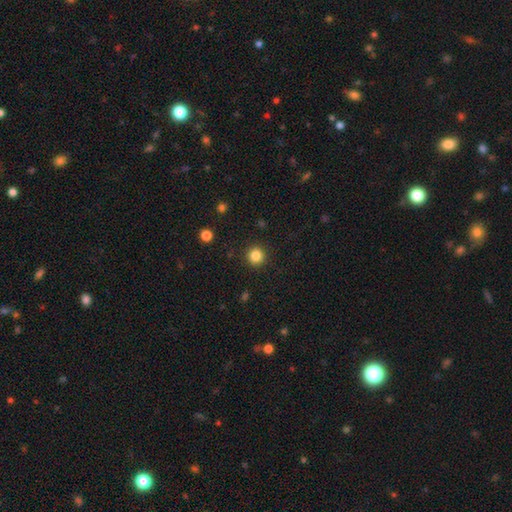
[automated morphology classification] Smooth or featured: smooth — 84% (star or artifact — 11%)
How rounded: round — 95% (in between — 4%)
Merging: none — 92% (minor disturbance — 5%)